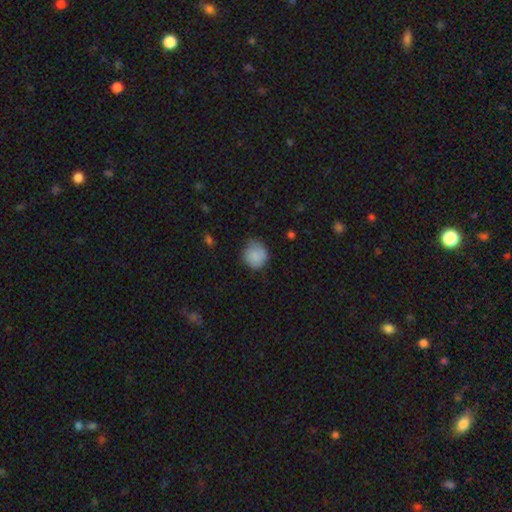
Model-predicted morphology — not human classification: Smooth or featured?
  - smooth: 85% *
  - star or artifact: 8%
  - featured or disk: 7%
How rounded?
  - round: 88% *
  - in between: 11%
  - cigar-shaped: 1%
Merging?
  - none: 67% *
  - minor disturbance: 26%
  - major disturbance: 6%
  - merger: 1%